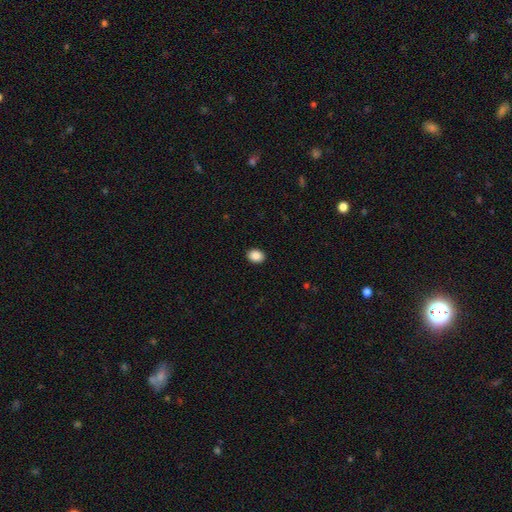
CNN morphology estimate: smooth-or-featured: smooth: 89% | star or artifact: 8% | featured or disk: 3%
  how-rounded: in between: 57% | round: 42% | cigar-shaped: 1%
  merging: none: 91% | minor disturbance: 6% | major disturbance: 2% | merger: 1%